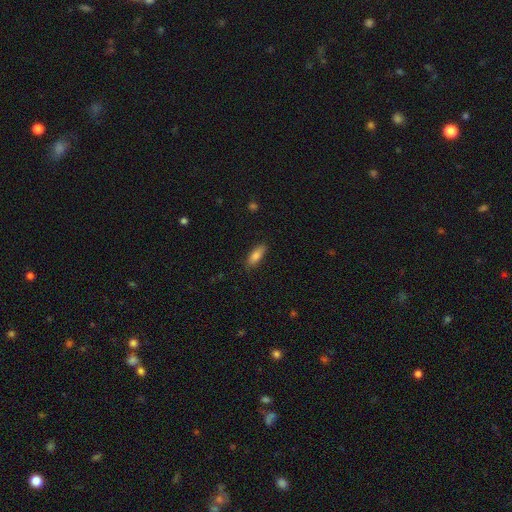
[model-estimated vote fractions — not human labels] A smooth galaxy with no disk features (83%) that is in between round and cigar-shaped (70%). Merging: none (84%).